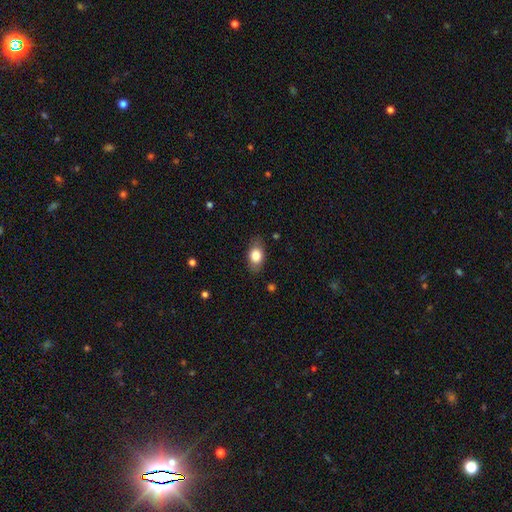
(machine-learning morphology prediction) The model was most divided on "smooth or featured": smooth: 79%, featured or disk: 13%, star or artifact: 8%. More confident: how rounded — in between (84%); merging — none (81%).